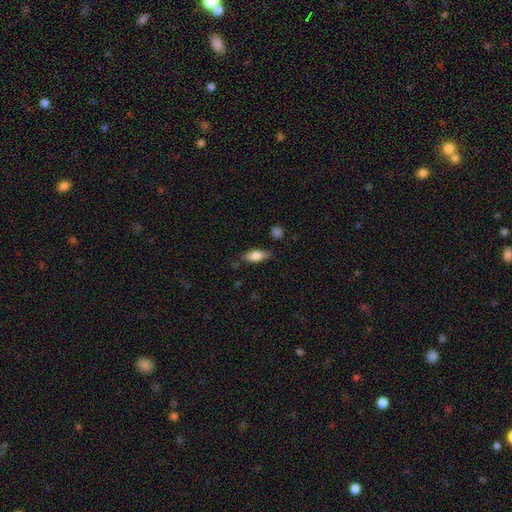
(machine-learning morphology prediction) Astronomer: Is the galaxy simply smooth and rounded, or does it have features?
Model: smooth — 75%.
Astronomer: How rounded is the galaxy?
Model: in between — 75%.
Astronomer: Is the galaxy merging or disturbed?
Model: none — 78%.